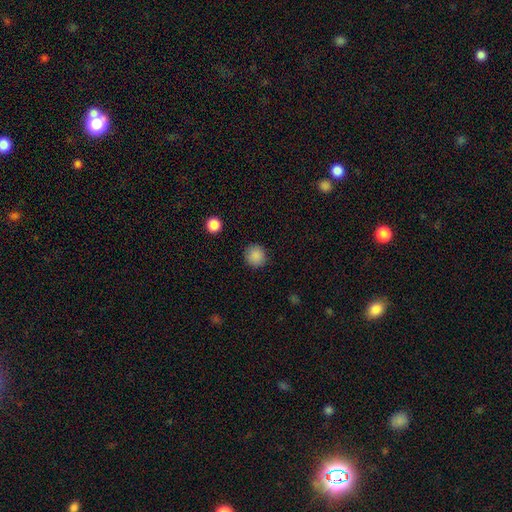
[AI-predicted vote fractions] A smooth galaxy with no disk features (88%) that is round (93%).

Vote fractions:
- Smooth or featured? smooth: 88% / star or artifact: 9% / featured or disk: 3%
- How rounded? round: 93% / in between: 6% / cigar-shaped: 1%
- Merging? none: 90% / minor disturbance: 7% / major disturbance: 2% / merger: 1%